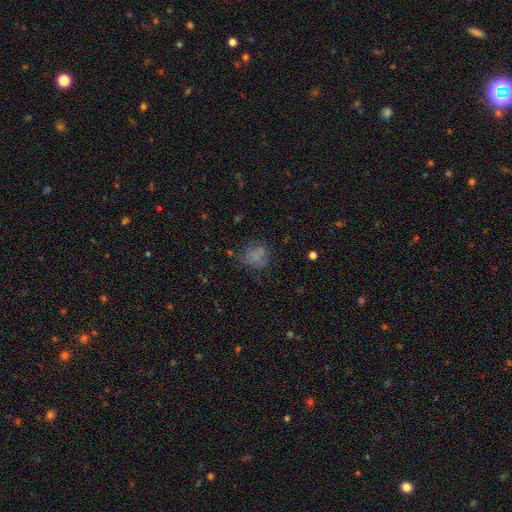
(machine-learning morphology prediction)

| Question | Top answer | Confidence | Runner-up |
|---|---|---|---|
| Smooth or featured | smooth | 60% | featured or disk (23%) |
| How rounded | round | 73% | in between (26%) |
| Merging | none | 58% | minor disturbance (21%) |